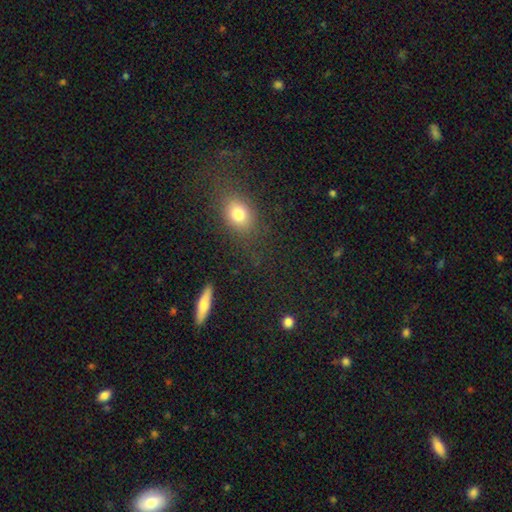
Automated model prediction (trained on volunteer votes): This appears to be a smooth galaxy with no disk features (64%) that is in between round and cigar-shaped (56%). Merging: none (75%).